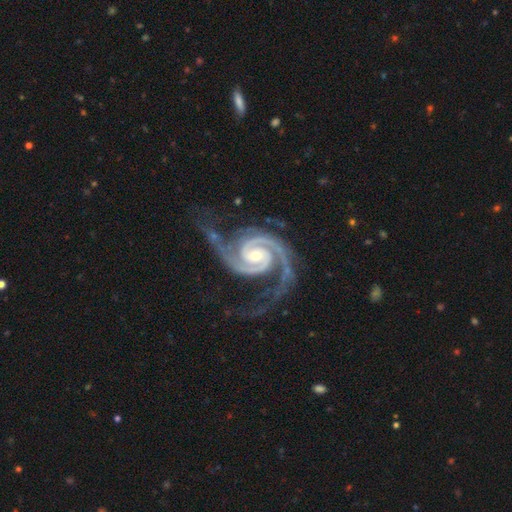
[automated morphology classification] type=featured or disk (95%); edge-on=no (98%); bar=no (56%); spiral arms=yes (99%); winding=medium (47%); arm count=2 (90%); bulge=small (55%); merging=none (64%).